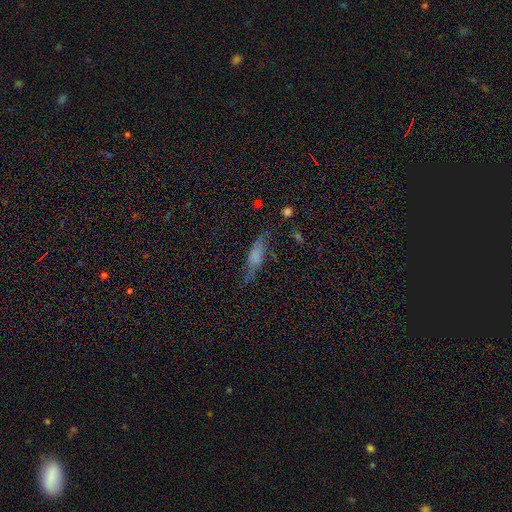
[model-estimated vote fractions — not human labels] The model was most divided on "smooth or featured": smooth: 47%, featured or disk: 42%, star or artifact: 11%. More confident: merging — none (54%).